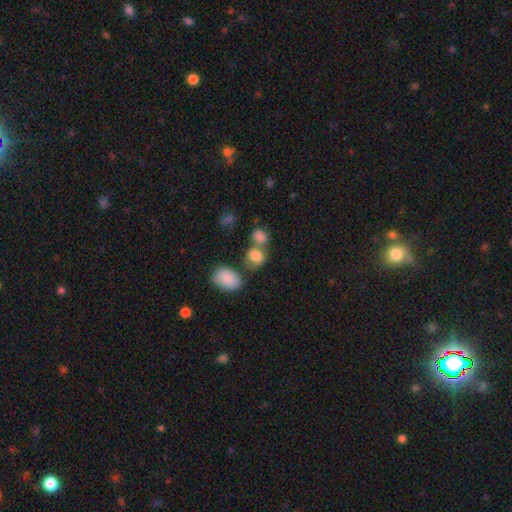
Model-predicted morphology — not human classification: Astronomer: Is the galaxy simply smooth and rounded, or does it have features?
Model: smooth — 79%.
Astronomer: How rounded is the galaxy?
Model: round — 51% (runner-up: in between, 48%).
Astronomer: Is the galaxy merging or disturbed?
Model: none — 42% (runner-up: merger, 37%).